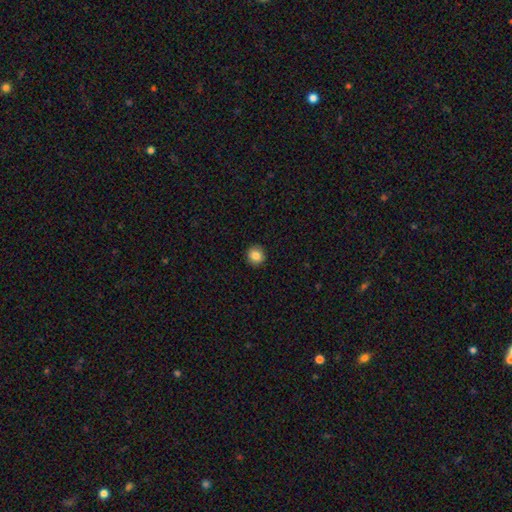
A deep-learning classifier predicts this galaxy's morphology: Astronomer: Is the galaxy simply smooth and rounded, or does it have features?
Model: smooth — 85%.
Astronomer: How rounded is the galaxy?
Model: round — 92%.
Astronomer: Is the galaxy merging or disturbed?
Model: none — 93%.